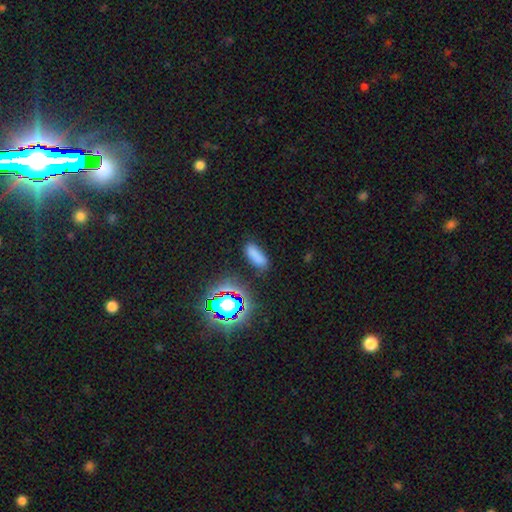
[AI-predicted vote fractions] Smooth or featured?
  - smooth: 75% *
  - star or artifact: 19%
  - featured or disk: 7%
How rounded?
  - in between: 70% *
  - cigar-shaped: 27%
  - round: 4%
Merging?
  - none: 79% *
  - minor disturbance: 13%
  - major disturbance: 4%
  - merger: 3%